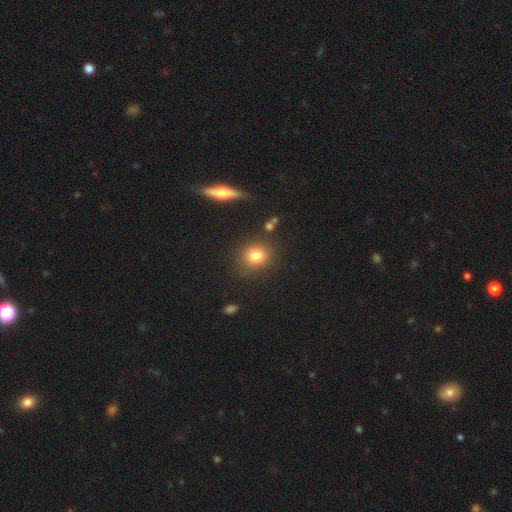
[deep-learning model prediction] A smooth galaxy with no disk features (80%) that is round (81%).

Vote fractions:
- Smooth or featured? smooth: 80% / star or artifact: 12% / featured or disk: 8%
- How rounded? round: 81% / in between: 18% / cigar-shaped: 2%
- Merging? none: 83% / minor disturbance: 10% / merger: 4% / major disturbance: 3%